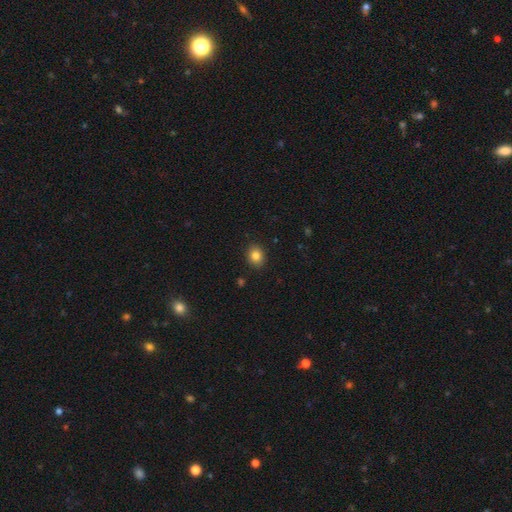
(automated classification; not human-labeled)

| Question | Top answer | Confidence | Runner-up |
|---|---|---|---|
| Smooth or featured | smooth | 83% | star or artifact (10%) |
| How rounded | round | 54% | in between (46%) |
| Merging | none | 89% | minor disturbance (8%) |